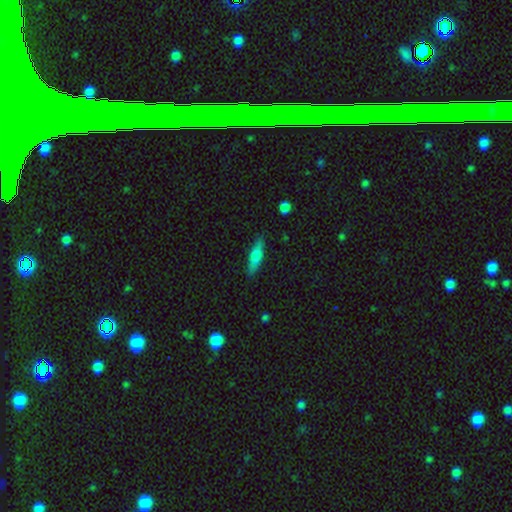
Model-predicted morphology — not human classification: smooth 61%, featured or disk 33%, star or artifact 6%. Down the decision tree: how rounded — cigar-shaped (67%); merging — none (87%).